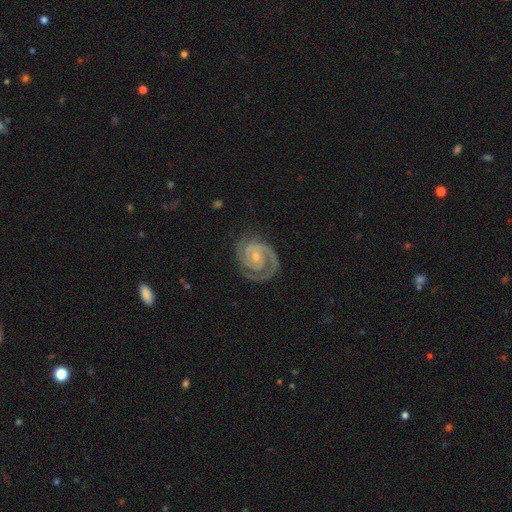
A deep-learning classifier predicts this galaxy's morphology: This is clearly a featured or disk galaxy (91%). It is clearly not viewed edge-on (98%). Bar: likely no (65%). Spiral arm pattern: clearly yes (98%). Spiral arm count: clearly 2 (80%). Spiral winding: likely tight (72%). Central bulge: likely small (71%). Merging: likely none (76%).